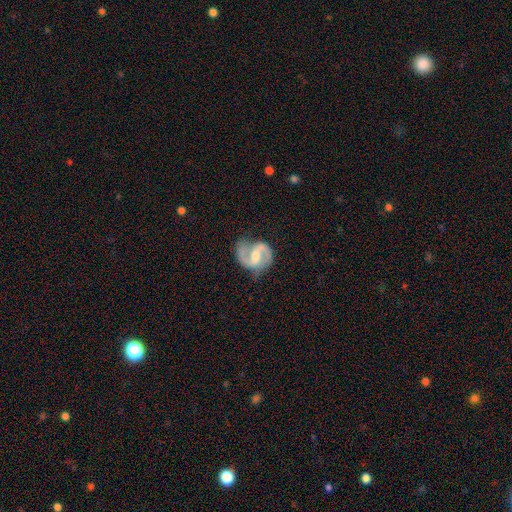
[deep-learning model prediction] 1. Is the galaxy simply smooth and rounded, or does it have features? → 89% featured or disk, 7% smooth, 5% star or artifact.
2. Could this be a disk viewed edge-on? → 98% no, 2% yes.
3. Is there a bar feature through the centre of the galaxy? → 52% weak, 26% strong, 23% no.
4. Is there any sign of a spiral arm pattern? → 97% yes, 3% no.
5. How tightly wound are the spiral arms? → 61% medium, 22% loose, 17% tight.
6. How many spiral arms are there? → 93% 2, 2% can't tell, 2% 1, 1% 3, 1% 4, 1% more than 4.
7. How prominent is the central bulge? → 51% moderate, 34% small, 9% none, 5% large, 1% dominant.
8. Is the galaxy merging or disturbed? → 74% none, 18% minor disturbance, 7% major disturbance, 2% merger.